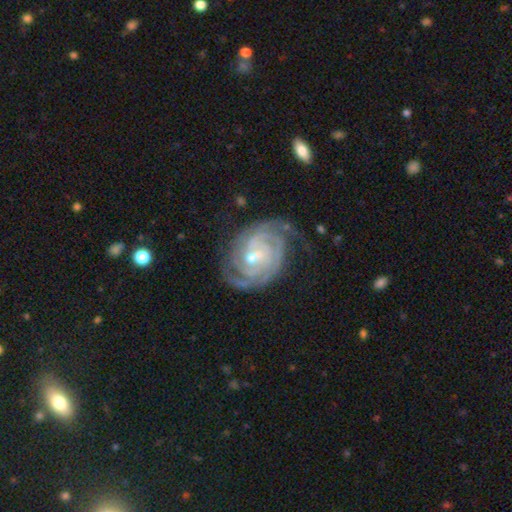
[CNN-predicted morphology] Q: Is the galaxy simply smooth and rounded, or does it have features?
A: featured or disk — 90%.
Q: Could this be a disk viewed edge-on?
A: no — 97%.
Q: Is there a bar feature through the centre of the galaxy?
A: no — 52%.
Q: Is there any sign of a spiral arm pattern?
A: yes — 98%.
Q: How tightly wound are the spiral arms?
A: tight — 75%.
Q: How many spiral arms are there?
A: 2 — 36%.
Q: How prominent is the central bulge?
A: small — 62%.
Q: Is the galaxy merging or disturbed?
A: none — 64%.